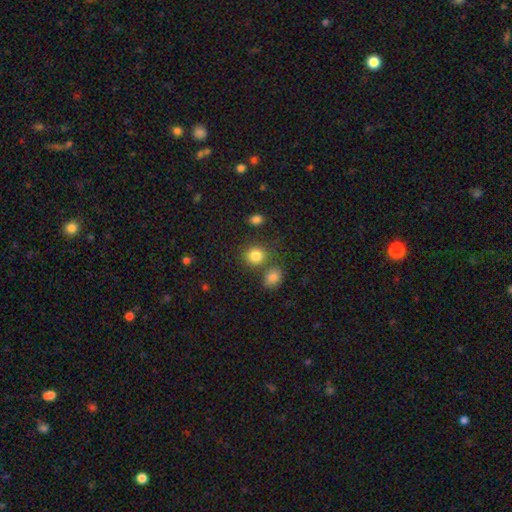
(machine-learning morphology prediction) smooth_or_featured: smooth (p=0.83) [alt: star or artifact p=0.11]
how_rounded: round (p=0.78) [alt: in between p=0.21]
merging: none (p=0.70) [alt: merger p=0.17]